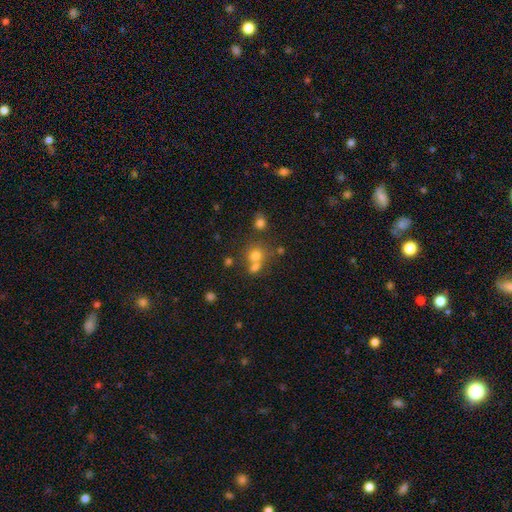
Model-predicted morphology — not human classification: Smooth or featured?
  - smooth: 69% *
  - star or artifact: 18%
  - featured or disk: 12%
How rounded?
  - round: 77% *
  - in between: 22%
  - cigar-shaped: 1%
Merging?
  - none: 46% *
  - merger: 40%
  - minor disturbance: 9%
  - major disturbance: 5%